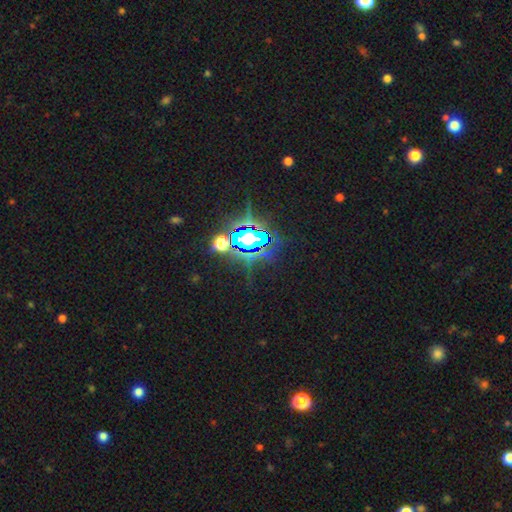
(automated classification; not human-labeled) This appears to be a star or artifact, not a galaxy (81%).